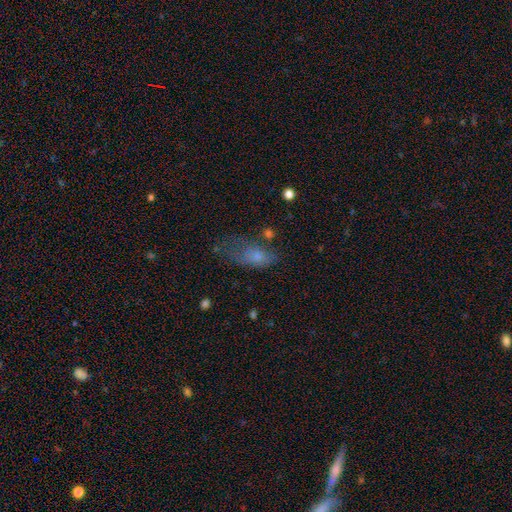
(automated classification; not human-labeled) smooth 66%, featured or disk 23%, star or artifact 11%. Down the decision tree: how rounded — in between (82%); merging — major disturbance (36%).